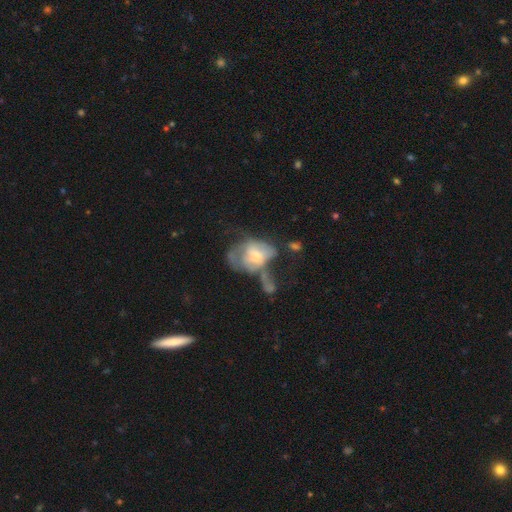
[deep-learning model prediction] Morphology: type=smooth (46%); merging=major disturbance (44%).